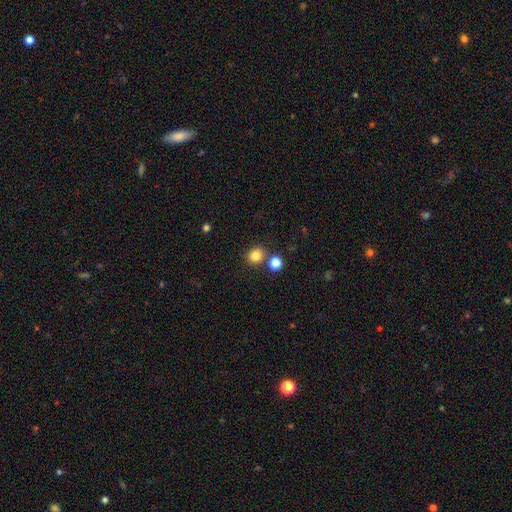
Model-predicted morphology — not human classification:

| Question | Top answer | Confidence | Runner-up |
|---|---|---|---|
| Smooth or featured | smooth | 81% | star or artifact (13%) |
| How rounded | round | 84% | in between (15%) |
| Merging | none | 77% | merger (13%) |